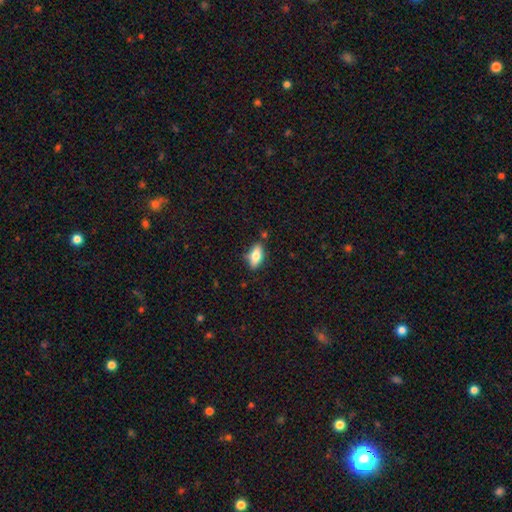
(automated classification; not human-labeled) A smooth galaxy with no disk features (72%) that is in between round and cigar-shaped (82%).

Vote fractions:
- Smooth or featured? smooth: 72% / featured or disk: 21% / star or artifact: 7%
- How rounded? in between: 82% / cigar-shaped: 14% / round: 4%
- Merging? none: 78% / minor disturbance: 15% / merger: 4% / major disturbance: 3%